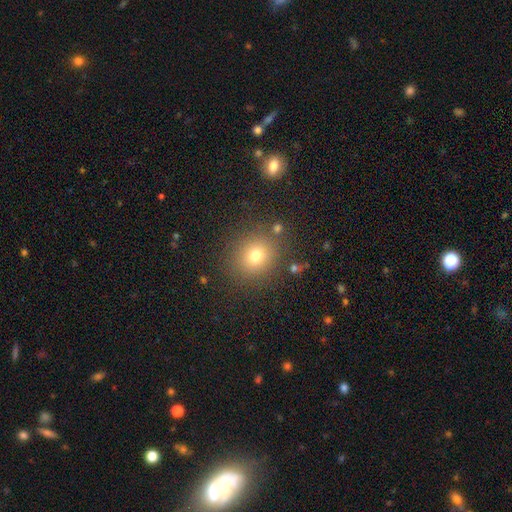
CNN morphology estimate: A smooth galaxy with no disk features (74%) that is round (81%).

Vote fractions:
- Smooth or featured? smooth: 74% / star or artifact: 17% / featured or disk: 9%
- How rounded? round: 81% / in between: 18% / cigar-shaped: 1%
- Merging? none: 84% / minor disturbance: 9% / merger: 3% / major disturbance: 3%